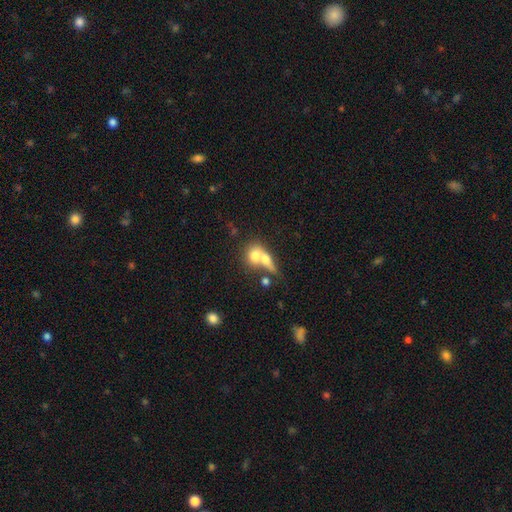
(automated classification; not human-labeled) A smooth galaxy with no disk features (69%) that is round (55%).

Vote fractions:
- Smooth or featured? smooth: 69% / featured or disk: 23% / star or artifact: 8%
- How rounded? round: 55% / in between: 40% / cigar-shaped: 5%
- Merging? merger: 67% / none: 21% / minor disturbance: 7% / major disturbance: 5%